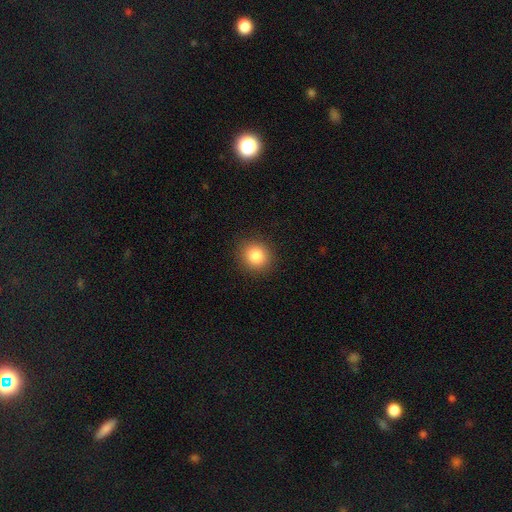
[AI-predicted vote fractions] A smooth galaxy with no disk features (84%) that is round (85%). Merging: none (91%).